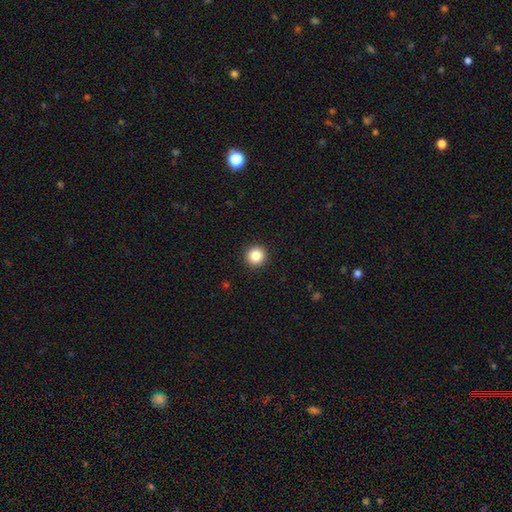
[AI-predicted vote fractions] Smooth or featured? Predicted: smooth (p=0.85). How rounded? Predicted: round (p=0.95). Merging? Predicted: none (p=0.93).